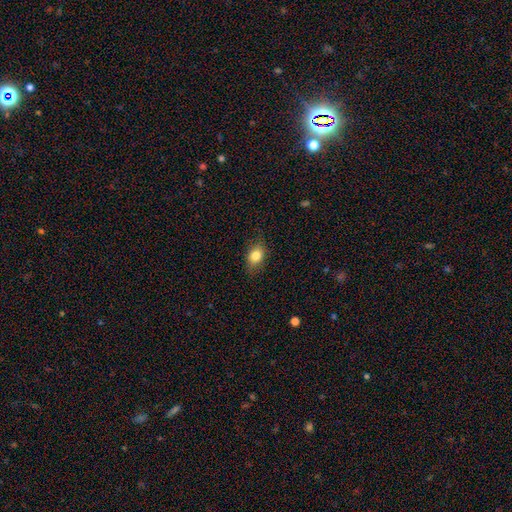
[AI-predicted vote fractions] Smooth or featured?
  - smooth: 82% *
  - star or artifact: 9%
  - featured or disk: 9%
How rounded?
  - in between: 70% *
  - round: 28%
  - cigar-shaped: 2%
Merging?
  - none: 80% *
  - minor disturbance: 16%
  - major disturbance: 4%
  - merger: 1%